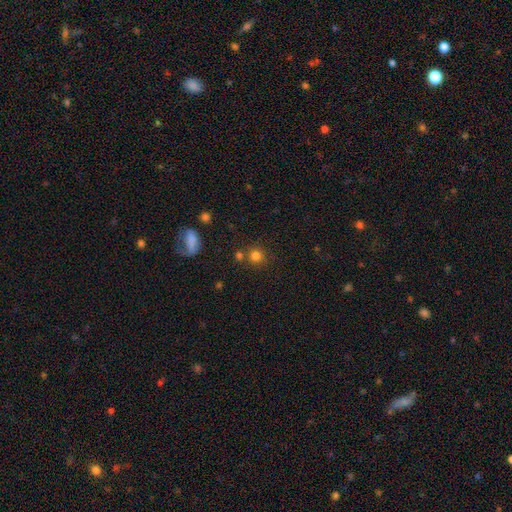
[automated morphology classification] A smooth galaxy with no disk features (78%) that is round (91%). Merging: none (72%).